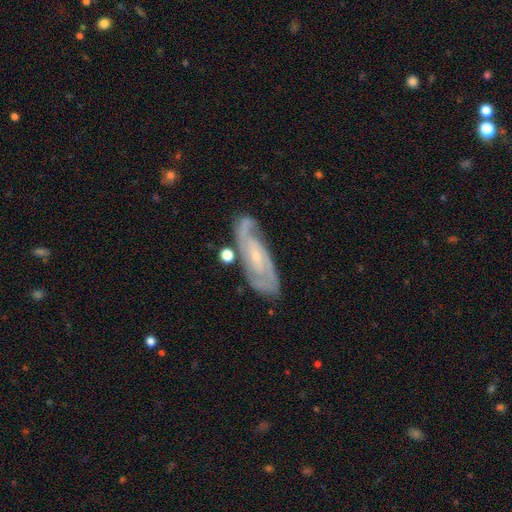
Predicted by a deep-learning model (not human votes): This appears to be a featured or disk galaxy (84%) with no bar (47%), 2 (73%) tight (51%) spiral arms (96%) and a small central bulge (74%). Merging: none (75%).